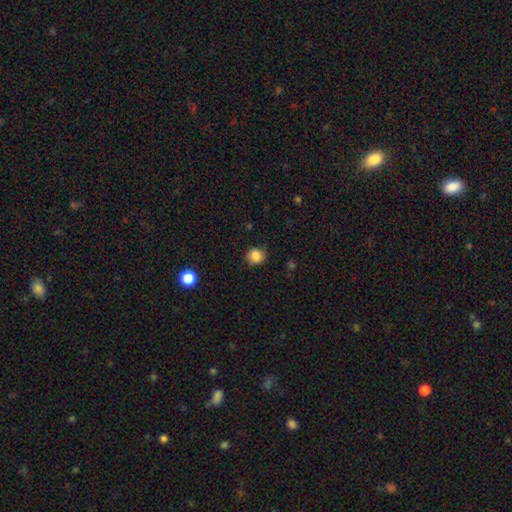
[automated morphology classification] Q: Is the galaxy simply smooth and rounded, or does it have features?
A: smooth — 85%.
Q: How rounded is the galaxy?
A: round — 84%.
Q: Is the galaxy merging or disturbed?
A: none — 82%.